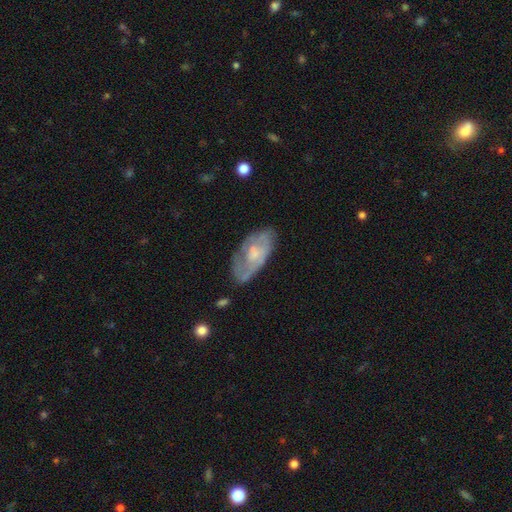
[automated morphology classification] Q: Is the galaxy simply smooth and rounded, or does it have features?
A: featured or disk — 59%.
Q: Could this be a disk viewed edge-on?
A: no — 89%.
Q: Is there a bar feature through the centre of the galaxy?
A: no — 73%.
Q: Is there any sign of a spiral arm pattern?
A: yes — 58%.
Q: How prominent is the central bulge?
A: moderate — 40%, tied with small.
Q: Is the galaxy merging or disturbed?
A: none — 62%.